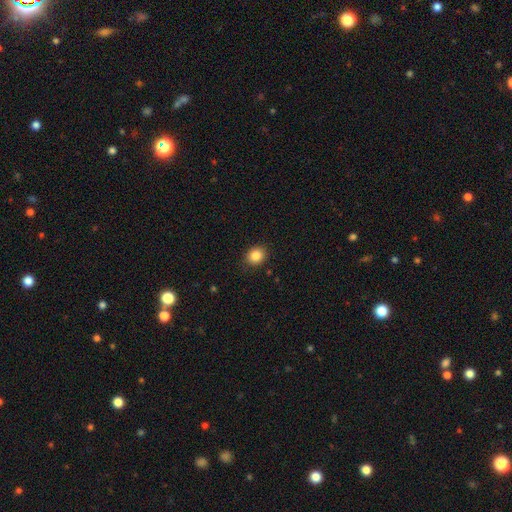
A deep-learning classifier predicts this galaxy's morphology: Smooth or featured? smooth (86%)
How rounded? round (66%)
Merging? none (88%)